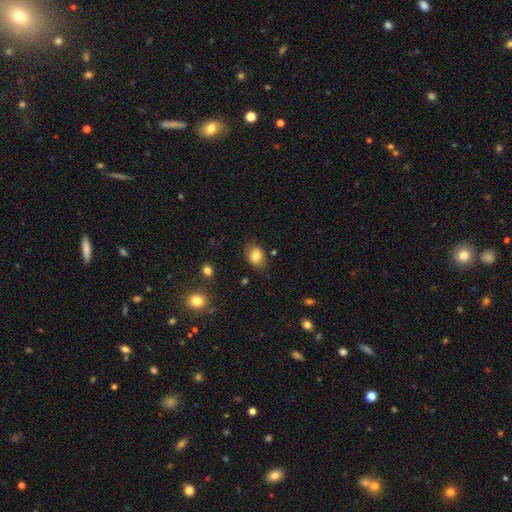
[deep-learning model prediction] The model was most divided on "how rounded": in between: 68%, round: 31%, cigar-shaped: 1%. More confident: smooth or featured — smooth (82%); merging — none (80%).